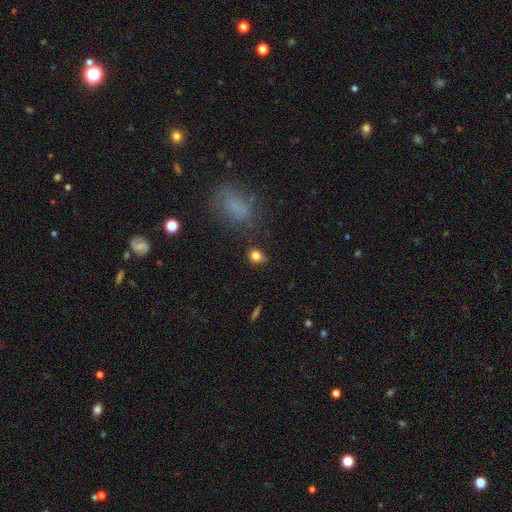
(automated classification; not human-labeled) Smooth or featured?
  - smooth: 81% *
  - star or artifact: 11%
  - featured or disk: 7%
How rounded?
  - round: 51% *
  - in between: 47%
  - cigar-shaped: 2%
Merging?
  - none: 70% *
  - minor disturbance: 19%
  - major disturbance: 6%
  - merger: 4%